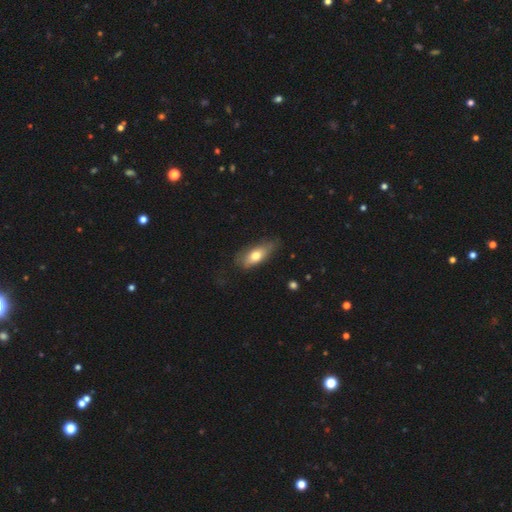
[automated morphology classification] The model was most divided on "merging": none: 61%, minor disturbance: 28%, major disturbance: 9%, merger: 2%. More confident: how rounded — in between (77%); smooth or featured — smooth (65%).